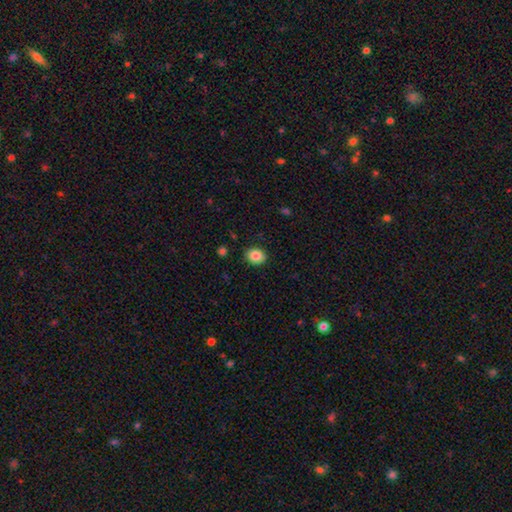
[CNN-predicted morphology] A smooth galaxy with no disk features (86%) that is in between round and cigar-shaped (57%).

Vote fractions:
- Smooth or featured? smooth: 86% / star or artifact: 8% / featured or disk: 5%
- How rounded? in between: 57% / round: 42% / cigar-shaped: 1%
- Merging? none: 89% / minor disturbance: 8% / major disturbance: 2% / merger: 1%